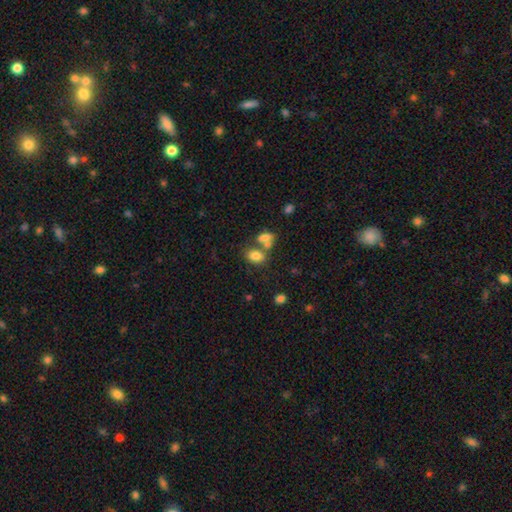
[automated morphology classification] This is likely a smooth galaxy (78%). How rounded: likely in between (79%). Merging: possibly none (46%).